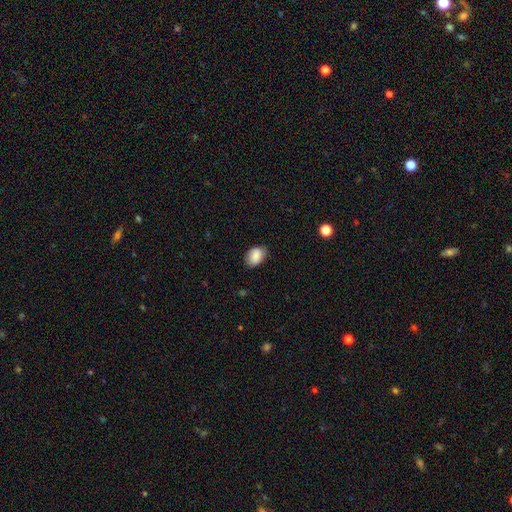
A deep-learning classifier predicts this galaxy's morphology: Q: Smooth or featured?
A: smooth (87%); runner-up: star or artifact (7%)
Q: How rounded?
A: in between (81%); runner-up: round (18%)
Q: Merging?
A: none (81%); runner-up: minor disturbance (15%)